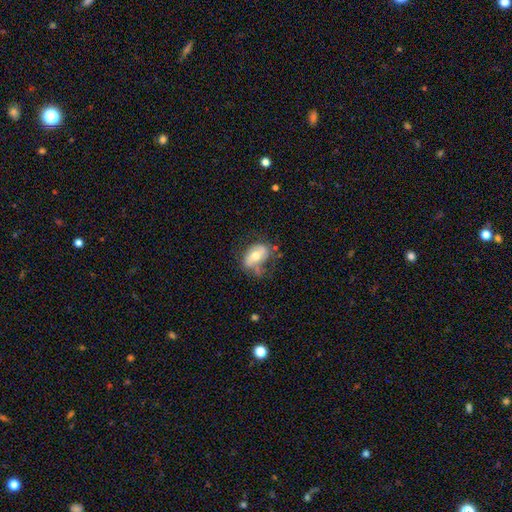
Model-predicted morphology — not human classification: A smooth galaxy with no disk features (50%) that is in between round and cigar-shaped (86%). Merging: none (43%).